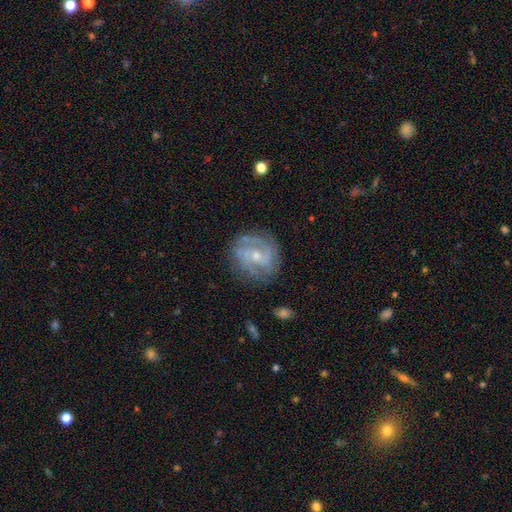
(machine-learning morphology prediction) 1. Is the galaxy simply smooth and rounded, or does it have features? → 85% featured or disk, 10% smooth, 6% star or artifact.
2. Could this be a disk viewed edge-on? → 98% no, 2% yes.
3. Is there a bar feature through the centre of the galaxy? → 49% no, 41% weak, 10% strong.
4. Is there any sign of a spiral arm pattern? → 95% yes, 5% no.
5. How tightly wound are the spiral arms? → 44% medium (tied), 44% tight (tied), 13% loose.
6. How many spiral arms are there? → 58% 2, 17% 3, 15% can't tell, 4% 1, 4% 4, 3% more than 4.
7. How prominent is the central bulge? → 61% small, 35% moderate, 2% none, 1% large, 1% dominant.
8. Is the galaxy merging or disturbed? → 77% none, 16% minor disturbance, 6% major disturbance, 2% merger.